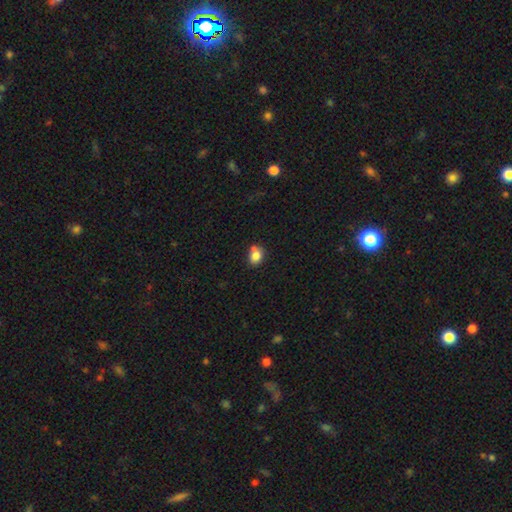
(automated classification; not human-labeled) A smooth galaxy with no disk features (81%) that is round (50%). Merging: none (55%).